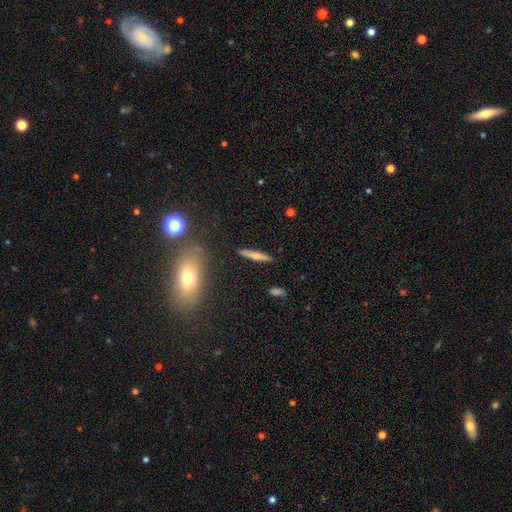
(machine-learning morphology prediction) Overall: smooth (57%; featured or disk 35%). How rounded: cigar-shaped (89%). Merging: none (88%).